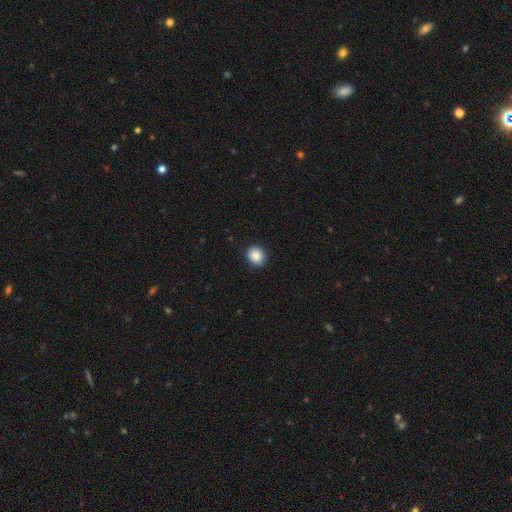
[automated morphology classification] smooth 88%, star or artifact 9%, featured or disk 4%. Down the decision tree: how rounded — round (77%); merging — none (88%).